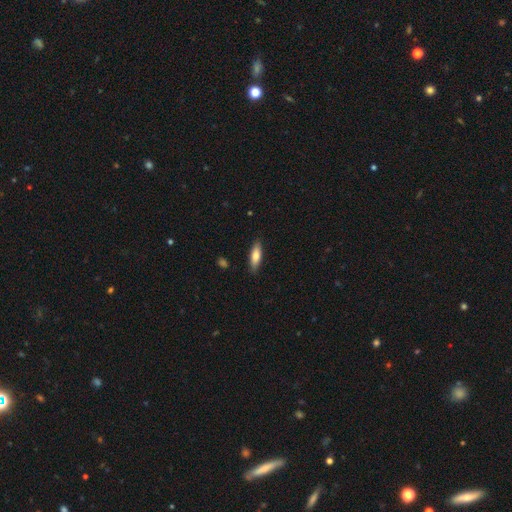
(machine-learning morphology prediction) The model was most divided on "how rounded": in between: 51%, cigar-shaped: 47%, round: 2%. More confident: merging — none (88%); smooth or featured — smooth (73%).